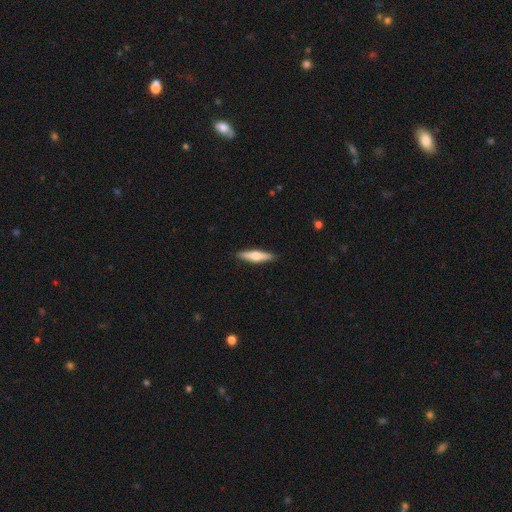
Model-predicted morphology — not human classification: Smooth or featured: smooth — 52% (featured or disk — 42%)
How rounded: cigar-shaped — 77% (in between — 21%)
Merging: none — 90% (minor disturbance — 8%)